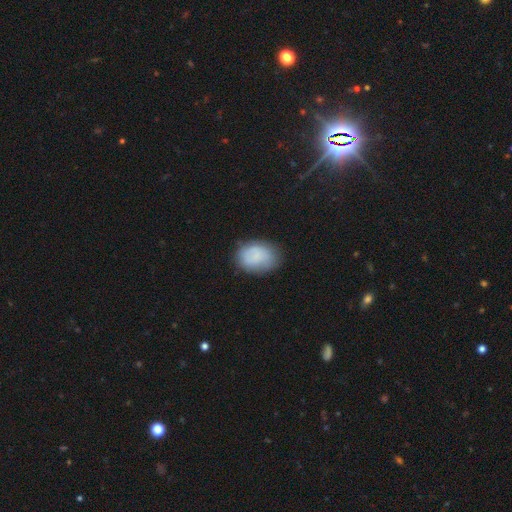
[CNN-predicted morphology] smooth-or-featured: smooth: 76% | featured or disk: 16% | star or artifact: 8%
  how-rounded: in between: 70% | round: 29% | cigar-shaped: 1%
  merging: none: 70% | minor disturbance: 22% | major disturbance: 7% | merger: 2%